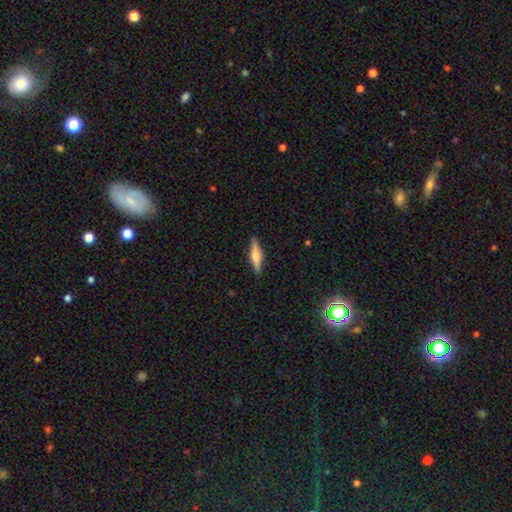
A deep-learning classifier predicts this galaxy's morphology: Smooth or featured?
  - featured or disk: 54% *
  - smooth: 39%
  - star or artifact: 7%
Edge-on disk?
  - yes: 96% *
  - no: 4%
Edge-on bulge?
  - rounded: 84% *
  - boxy: 12%
  - none: 4%
Merging?
  - none: 88% *
  - minor disturbance: 9%
  - major disturbance: 2%
  - merger: 1%